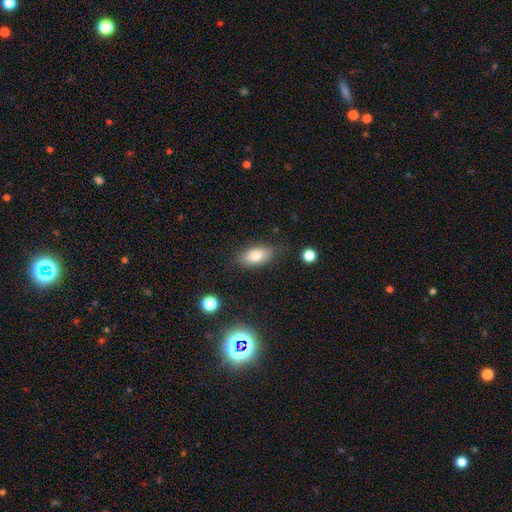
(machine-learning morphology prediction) Q: Smooth or featured?
A: smooth (82%); runner-up: featured or disk (10%)
Q: How rounded?
A: in between (90%); runner-up: cigar-shaped (5%)
Q: Merging?
A: none (80%); runner-up: minor disturbance (15%)